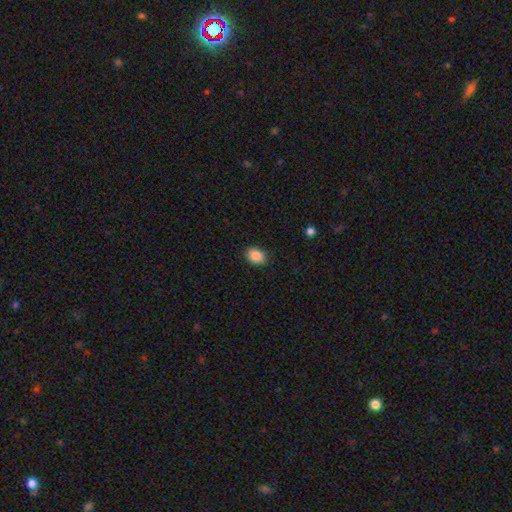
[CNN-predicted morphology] Smooth or featured: smooth — 88% (star or artifact — 8%)
How rounded: in between — 69% (round — 30%)
Merging: none — 89% (minor disturbance — 8%)